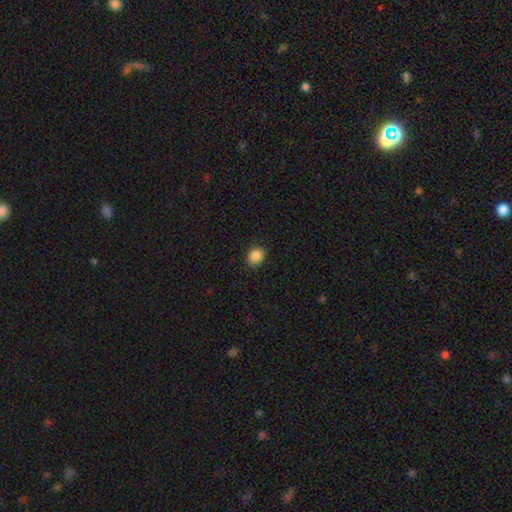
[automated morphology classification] Overall: smooth (88%). How rounded: round (75%). Merging: none (90%).